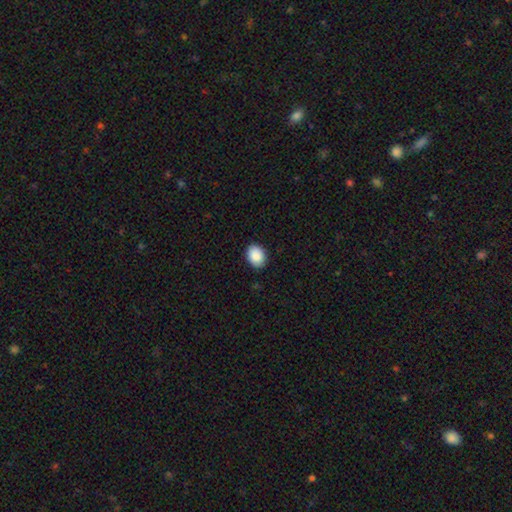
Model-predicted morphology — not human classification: smooth-or-featured: smooth: 90% | star or artifact: 7% | featured or disk: 3%
  how-rounded: in between: 63% | round: 37% | cigar-shaped: 1%
  merging: none: 89% | minor disturbance: 9% | major disturbance: 2% | merger: 1%